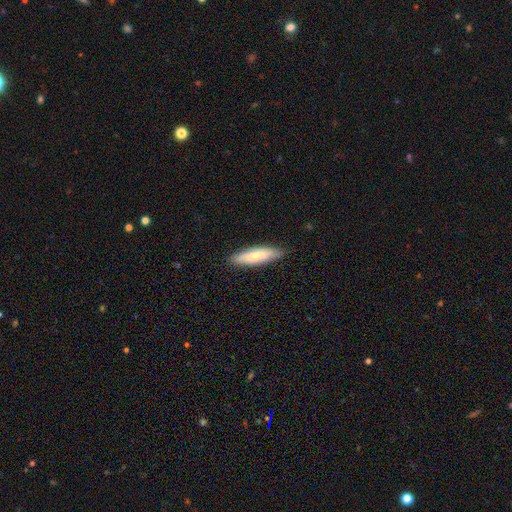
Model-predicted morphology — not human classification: The model was most divided on "how rounded": cigar-shaped: 68%, in between: 30%, round: 2%. More confident: merging — none (87%); smooth or featured — smooth (70%).